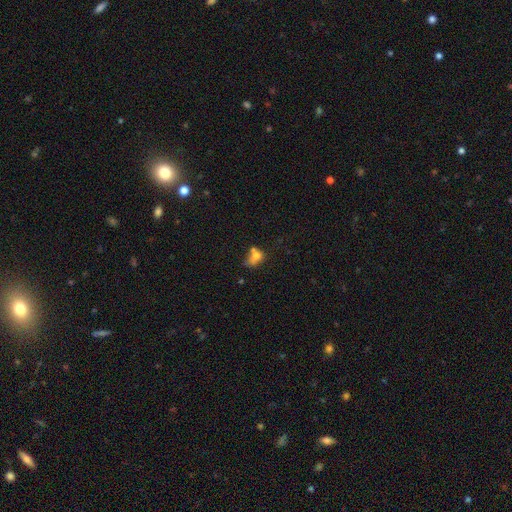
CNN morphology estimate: Smooth or featured: smooth — 66% (featured or disk — 21%)
How rounded: in between — 56% (round — 41%)
Merging: merger — 37% (none — 27%)